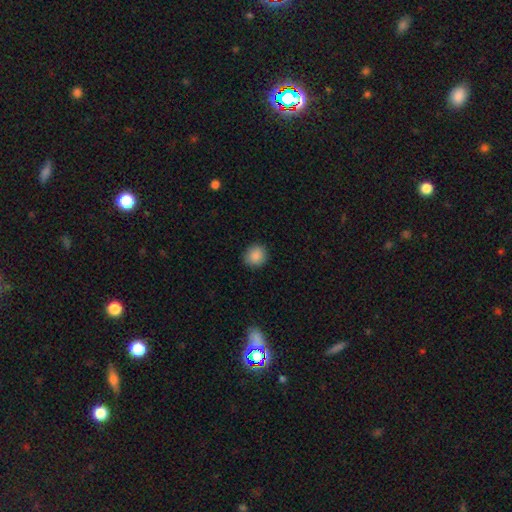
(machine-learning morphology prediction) Smooth or featured? smooth (88%)
How rounded? round (83%)
Merging? none (91%)